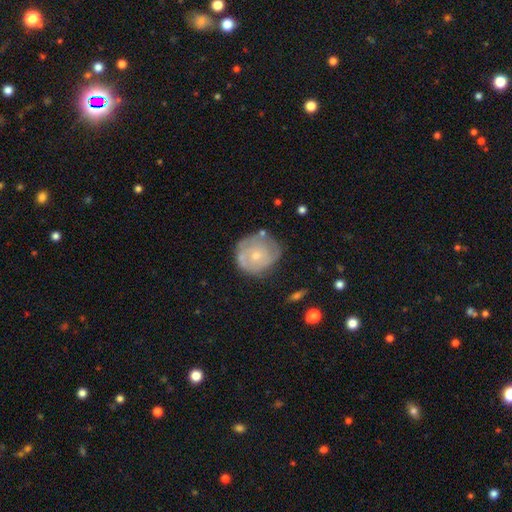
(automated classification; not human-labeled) A featured or disk galaxy (57%) with no bar (84%), spiral arms (65%) and a small central bulge (62%). Merging: none (63%).